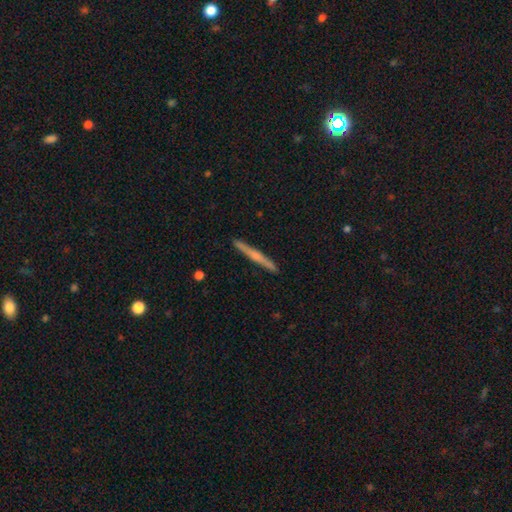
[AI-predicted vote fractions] Q: Smooth or featured?
A: featured or disk (57%); runner-up: smooth (38%)
Q: Edge-on disk?
A: yes (98%); runner-up: no (2%)
Q: Edge-on bulge?
A: rounded (48%); runner-up: none (41%)
Q: Merging?
A: none (92%); runner-up: minor disturbance (6%)